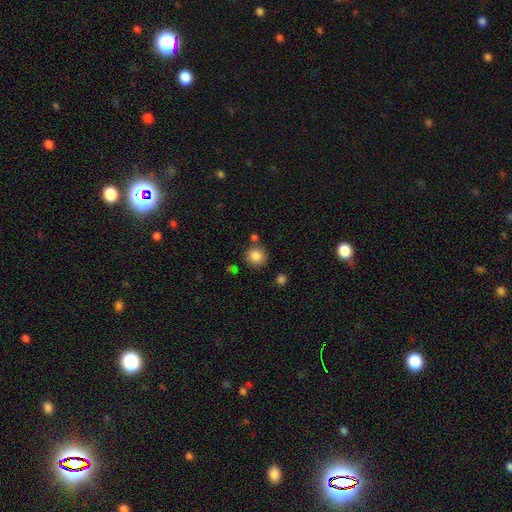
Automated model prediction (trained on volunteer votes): Smooth or featured? smooth (86%)
How rounded? round (92%)
Merging? none (81%)